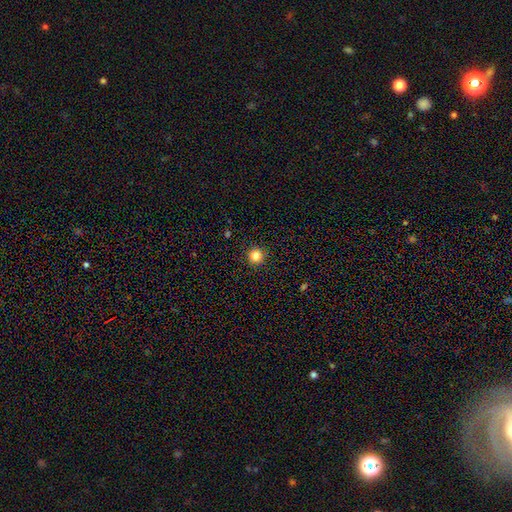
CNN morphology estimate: A smooth galaxy with no disk features (84%) that is round (94%).

Vote fractions:
- Smooth or featured? smooth: 84% / star or artifact: 12% / featured or disk: 5%
- How rounded? round: 94% / in between: 5% / cigar-shaped: 1%
- Merging? none: 92% / minor disturbance: 6% / major disturbance: 2% / merger: 1%